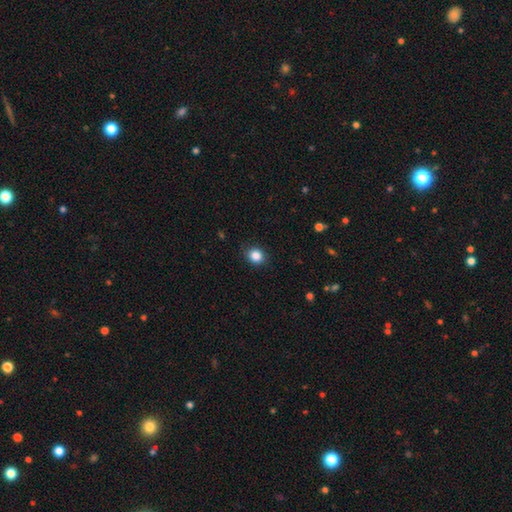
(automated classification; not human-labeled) The model was most divided on "how rounded": round: 70%, in between: 29%, cigar-shaped: 1%. More confident: merging — none (86%); smooth or featured — smooth (86%).